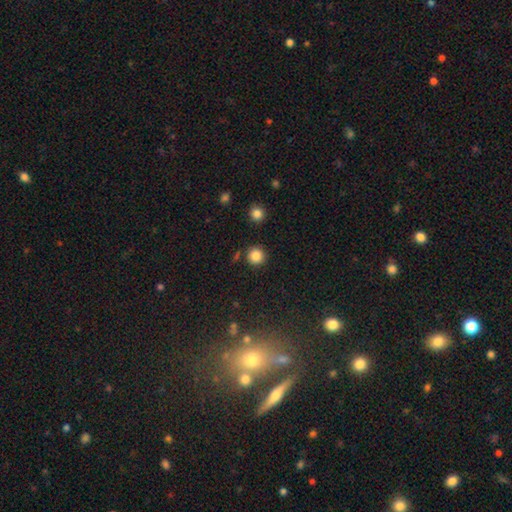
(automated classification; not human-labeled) A smooth galaxy with no disk features (85%) that is round (94%). Merging: none (87%).